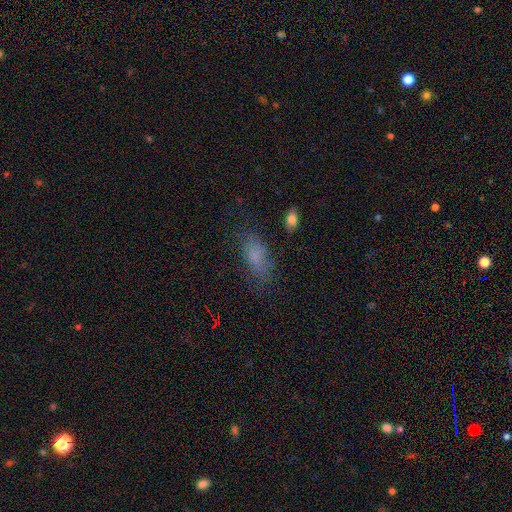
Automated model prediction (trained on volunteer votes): smooth 73%, featured or disk 14%, star or artifact 13%. Down the decision tree: how rounded — in between (82%); merging — none (65%).